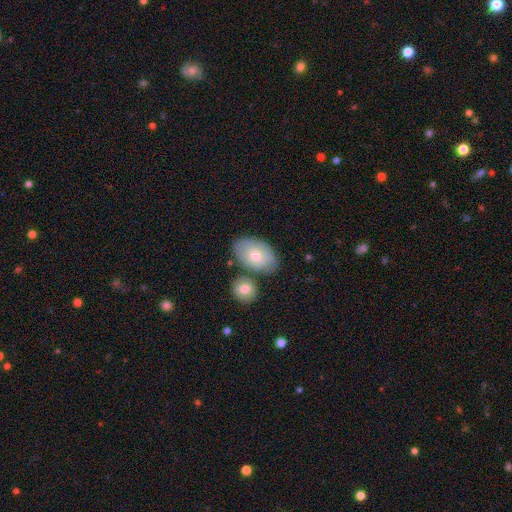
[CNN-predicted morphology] smooth-or-featured: smooth: 73% | featured or disk: 21% | star or artifact: 6%
  how-rounded: in between: 90% | round: 9% | cigar-shaped: 1%
  merging: none: 63% | minor disturbance: 18% | merger: 15% | major disturbance: 4%